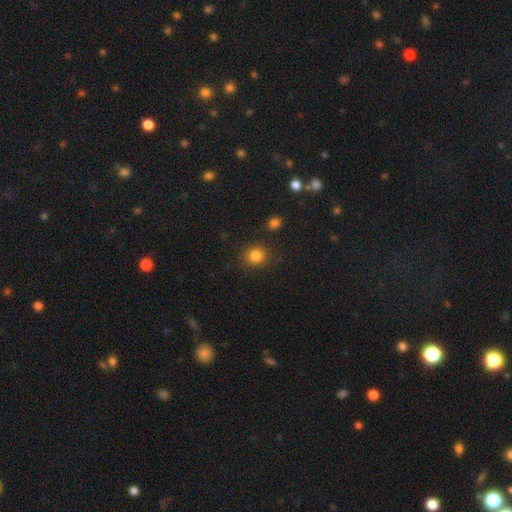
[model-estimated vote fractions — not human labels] Smooth or featured: smooth — 83% (star or artifact — 12%)
How rounded: round — 82% (in between — 17%)
Merging: none — 86% (minor disturbance — 8%)